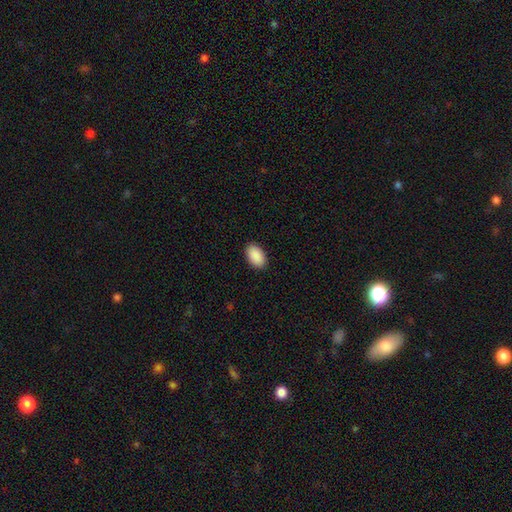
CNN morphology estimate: A smooth galaxy with no disk features (92%) that is in between round and cigar-shaped (94%).

Vote fractions:
- Smooth or featured? smooth: 92% / star or artifact: 6% / featured or disk: 2%
- How rounded? in between: 94% / round: 5% / cigar-shaped: 1%
- Merging? none: 90% / minor disturbance: 7% / major disturbance: 2% / merger: 1%